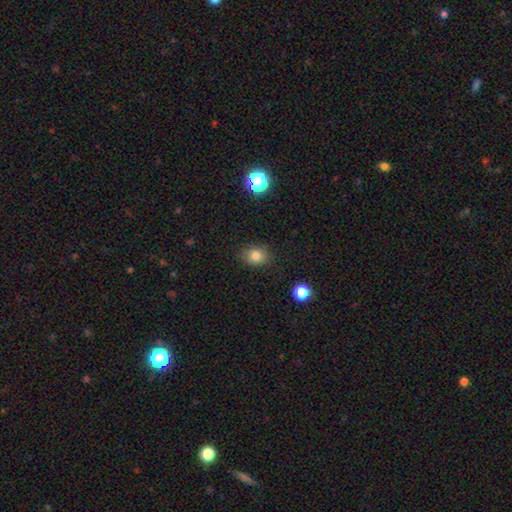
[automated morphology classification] Smooth or featured?
  - smooth: 82% *
  - star or artifact: 12%
  - featured or disk: 6%
How rounded?
  - in between: 53% *
  - round: 46%
  - cigar-shaped: 1%
Merging?
  - none: 84% *
  - minor disturbance: 12%
  - major disturbance: 3%
  - merger: 1%